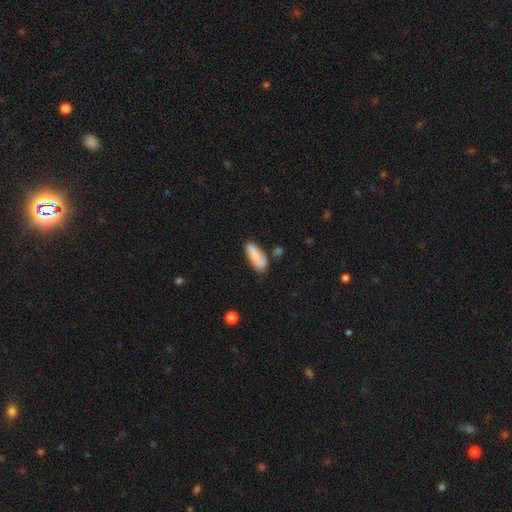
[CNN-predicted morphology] The model was most divided on "merging": none: 56%, minor disturbance: 25%, merger: 11%, major disturbance: 8%. More confident: smooth or featured — smooth (78%); how rounded — in between (68%).